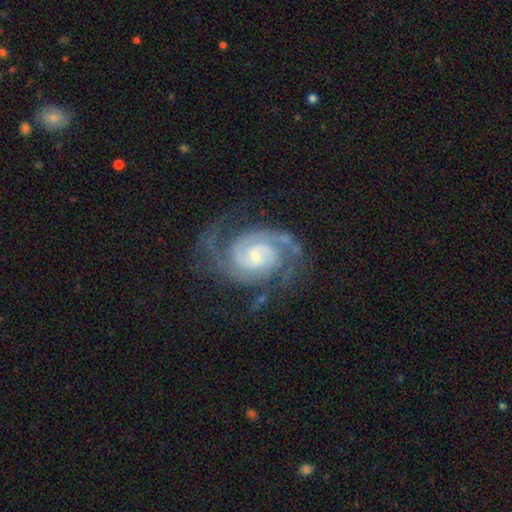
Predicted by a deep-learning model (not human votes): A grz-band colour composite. It shows a featured or disk galaxy (93%) with no bar (53%), 2 (68%) tight (60%) spiral arms (99%) and a small central bulge (64%). Merging: none (70%).